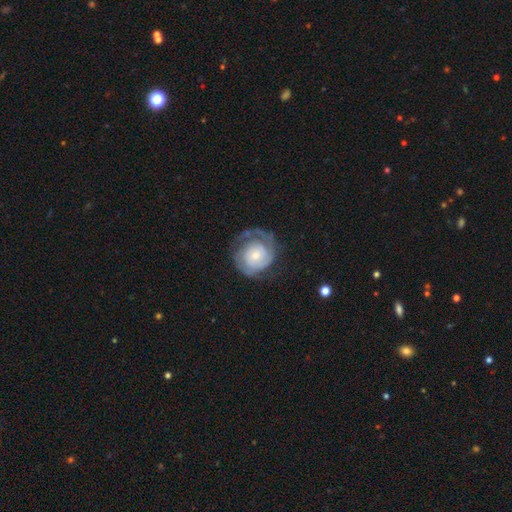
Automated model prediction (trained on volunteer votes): smooth-or-featured: featured or disk: 70% | smooth: 25% | star or artifact: 6%
  disk-edge-on: no: 98% | yes: 2%
    bar: no: 75% | weak: 21% | strong: 4%
    has-spiral-arms: yes: 86% | no: 14%
      spiral-winding: tight: 61% | medium: 27% | loose: 12%
      spiral-arm-count: 2: 38% | can't tell: 26% | 1: 23% | 3: 8% | 4: 3% | more than 4: 3%
    bulge-size: small: 48% | moderate: 39% | large: 8% | none: 3% | dominant: 2%
  merging: none: 54% | minor disturbance: 22% | major disturbance: 22% | merger: 2%